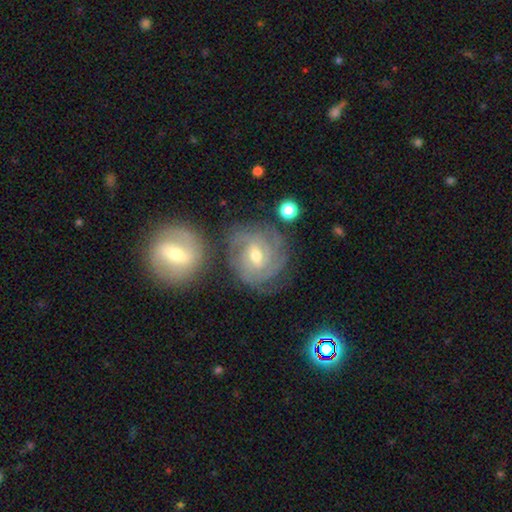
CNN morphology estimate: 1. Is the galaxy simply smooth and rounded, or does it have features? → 84% featured or disk, 9% smooth, 7% star or artifact.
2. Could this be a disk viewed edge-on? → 97% no, 3% yes.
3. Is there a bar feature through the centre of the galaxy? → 55% weak, 24% no, 21% strong.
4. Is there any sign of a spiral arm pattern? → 95% yes, 5% no.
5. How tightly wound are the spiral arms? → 70% tight, 25% medium, 5% loose.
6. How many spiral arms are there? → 28% 3, 26% can't tell, 17% 2, 17% 4, 5% more than 4, 5% 1.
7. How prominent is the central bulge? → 66% moderate, 29% small, 3% large, 1% none, 1% dominant.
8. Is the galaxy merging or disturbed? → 71% none, 14% minor disturbance, 10% merger, 5% major disturbance.